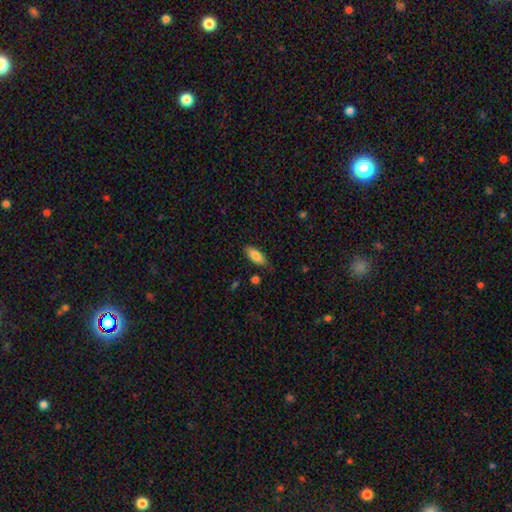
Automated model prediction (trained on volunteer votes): A smooth galaxy with no disk features (82%) that is in between round and cigar-shaped (79%).

Vote fractions:
- Smooth or featured? smooth: 82% / featured or disk: 11% / star or artifact: 7%
- How rounded? in between: 79% / cigar-shaped: 19% / round: 2%
- Merging? none: 79% / minor disturbance: 16% / major disturbance: 3% / merger: 2%